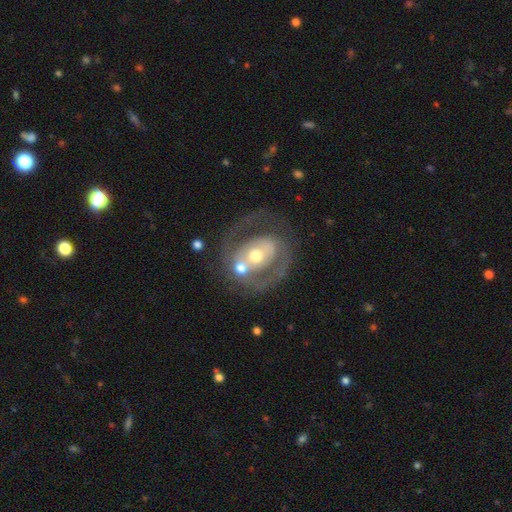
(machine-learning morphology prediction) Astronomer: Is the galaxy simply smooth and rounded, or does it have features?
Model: featured or disk — 74%.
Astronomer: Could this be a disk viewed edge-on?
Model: no — 96%.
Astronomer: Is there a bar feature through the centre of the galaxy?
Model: no — 56%.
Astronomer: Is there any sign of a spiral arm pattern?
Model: yes — 54% (runner-up: no, 46%).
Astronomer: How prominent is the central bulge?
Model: moderate — 66%.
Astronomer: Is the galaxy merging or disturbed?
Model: none — 54%.